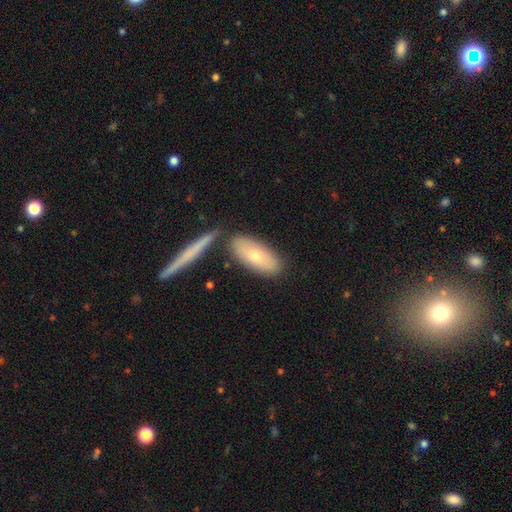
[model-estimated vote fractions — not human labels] Morphology: type=smooth (68%); roundness=in between (81%); merging=none (72%).